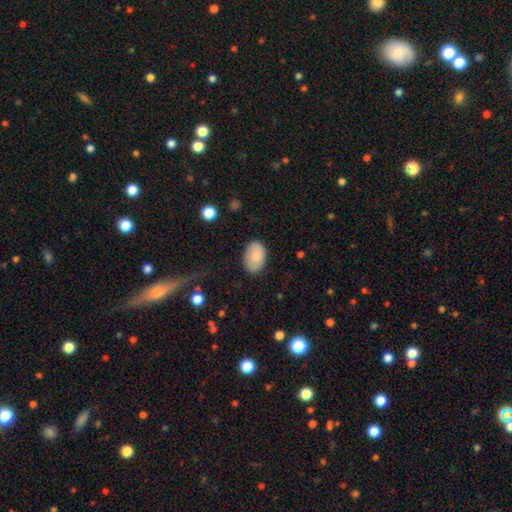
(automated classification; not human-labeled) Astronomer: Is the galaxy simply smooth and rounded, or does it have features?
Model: smooth — 83%.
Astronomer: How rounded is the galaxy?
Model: in between — 90%.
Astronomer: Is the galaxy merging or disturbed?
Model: none — 82%.